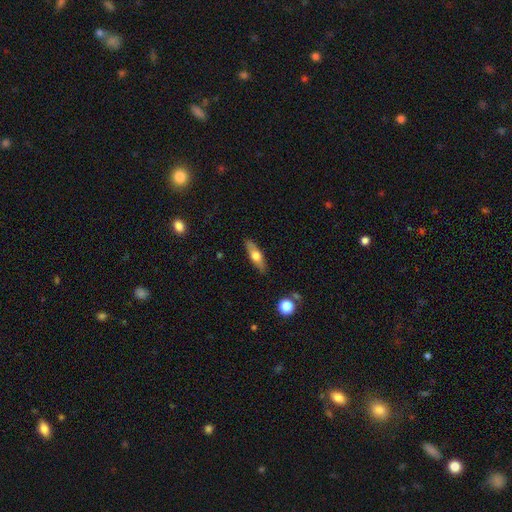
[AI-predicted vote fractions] A smooth galaxy with no disk features (50%) that is cigar-shaped (52%).

Vote fractions:
- Smooth or featured? smooth: 50% / featured or disk: 43% / star or artifact: 7%
- How rounded? cigar-shaped: 52% / in between: 44% / round: 4%
- Merging? none: 85% / minor disturbance: 11% / major disturbance: 2% / merger: 1%